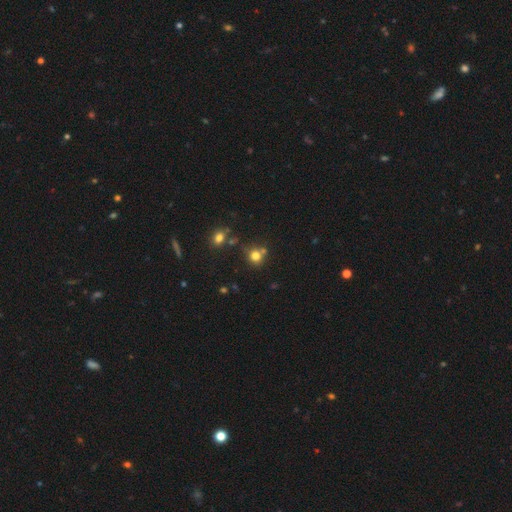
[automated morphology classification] Smooth or featured? smooth (78%)
How rounded? round (87%)
Merging? none (66%)